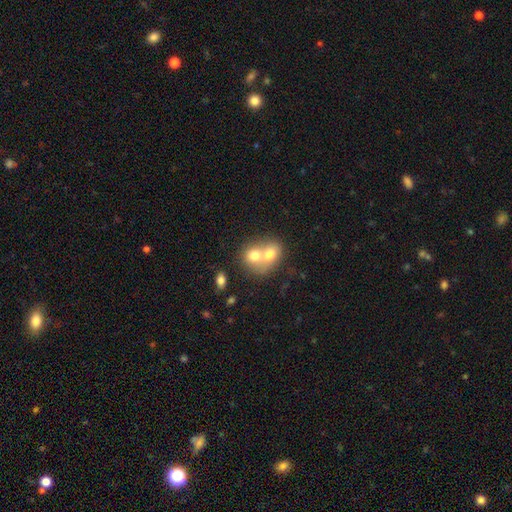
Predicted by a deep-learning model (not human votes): Smooth or featured?
  - smooth: 67% *
  - featured or disk: 24%
  - star or artifact: 9%
How rounded?
  - round: 58% *
  - in between: 41%
  - cigar-shaped: 1%
Merging?
  - merger: 76% *
  - none: 17%
  - minor disturbance: 5%
  - major disturbance: 3%